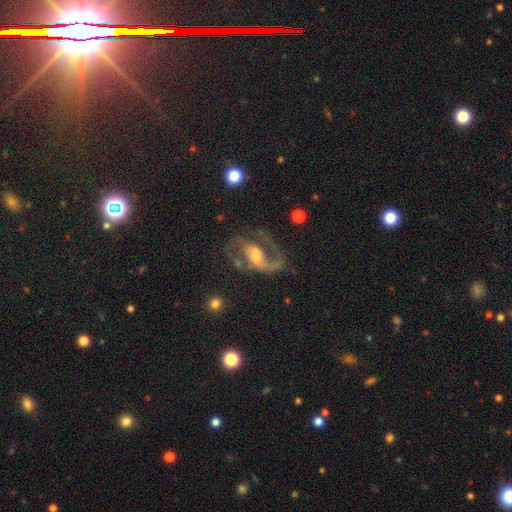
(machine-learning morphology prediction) smooth_or_featured: featured or disk (p=0.85) [alt: smooth p=0.09]
disk_edge_on: no (p=0.97) [alt: yes p=0.03]
bar: weak (p=0.44) [alt: no p=0.38]
has_spiral_arms: yes (p=0.93) [alt: no p=0.07]
spiral_winding: medium (p=0.52) [alt: loose p=0.33]
spiral_arm_count: 2 (p=0.66) [alt: 1 p=0.25]
bulge_size: moderate (p=0.46) [alt: small p=0.36]
merging: none (p=0.52) [alt: major disturbance p=0.27]